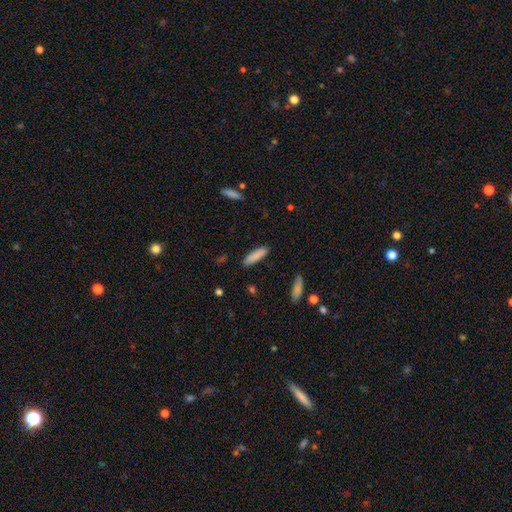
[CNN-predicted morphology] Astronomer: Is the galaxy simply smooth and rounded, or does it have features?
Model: smooth — 87%.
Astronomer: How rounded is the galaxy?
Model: cigar-shaped — 60% (runner-up: in between, 38%).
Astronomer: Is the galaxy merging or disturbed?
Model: none — 88%.